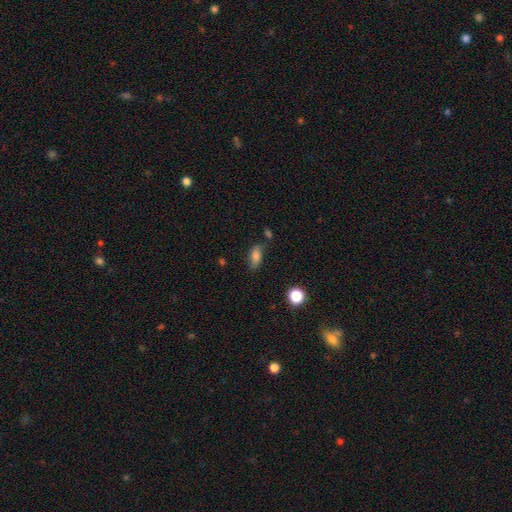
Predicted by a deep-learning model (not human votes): Q: Smooth or featured?
A: smooth (76%); runner-up: featured or disk (12%)
Q: How rounded?
A: in between (85%); runner-up: cigar-shaped (8%)
Q: Merging?
A: none (64%); runner-up: minor disturbance (22%)